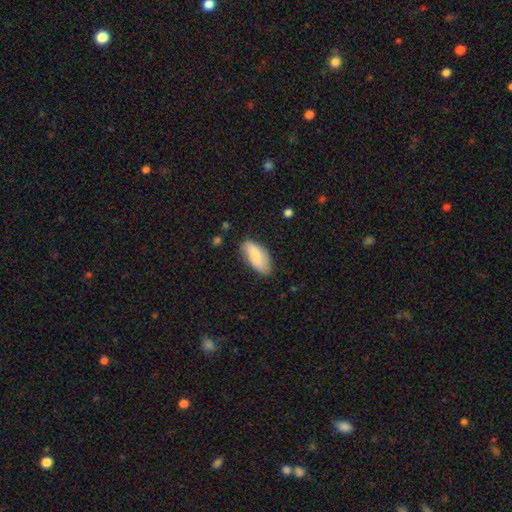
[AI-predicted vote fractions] Smooth or featured? smooth (75%)
How rounded? in between (88%)
Merging? none (73%)